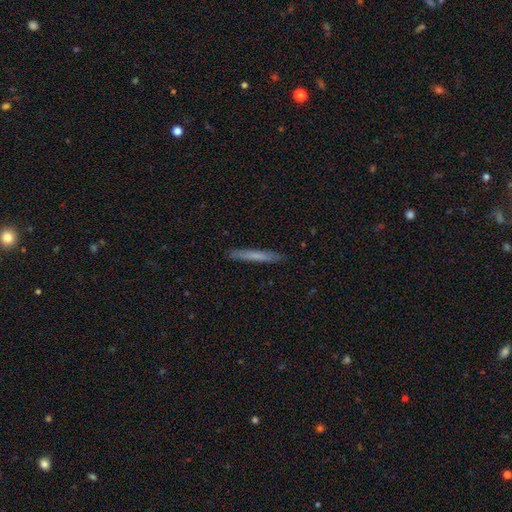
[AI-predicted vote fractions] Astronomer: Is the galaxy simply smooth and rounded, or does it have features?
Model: smooth — 66%.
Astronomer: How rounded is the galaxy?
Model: cigar-shaped — 96%.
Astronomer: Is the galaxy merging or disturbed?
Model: none — 91%.